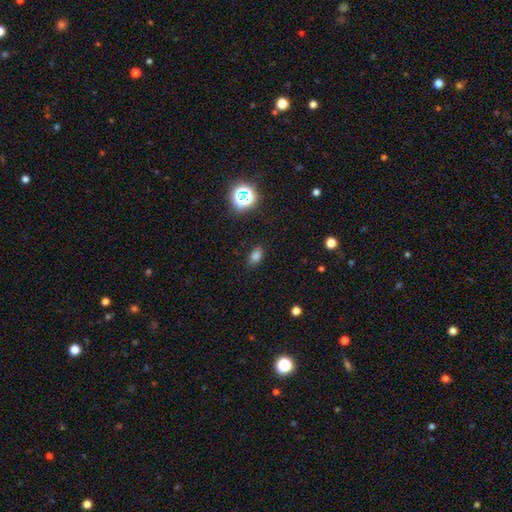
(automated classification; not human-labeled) Smooth or featured: smooth — 77% (star or artifact — 18%)
How rounded: in between — 84% (round — 13%)
Merging: none — 82% (minor disturbance — 13%)